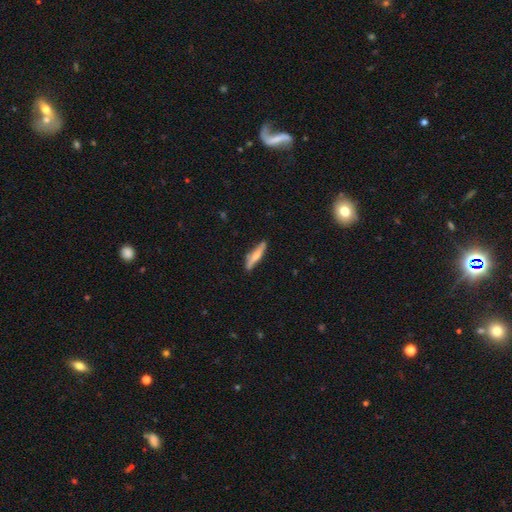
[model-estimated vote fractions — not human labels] smooth 58%, featured or disk 37%, star or artifact 6%. Down the decision tree: how rounded — cigar-shaped (86%); merging — none (83%).